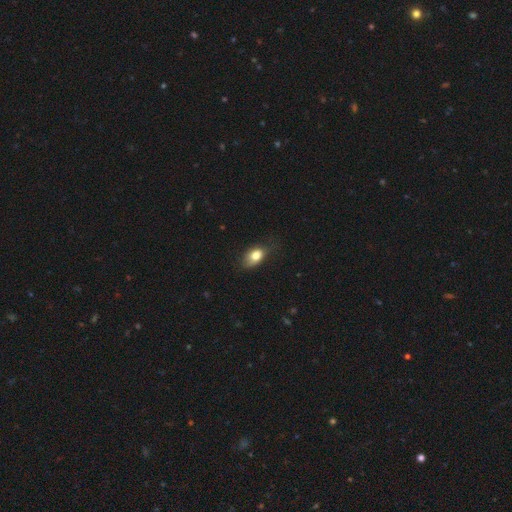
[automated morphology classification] Smooth or featured: smooth — 78% (featured or disk — 13%)
How rounded: in between — 84% (round — 13%)
Merging: none — 55% (minor disturbance — 33%)